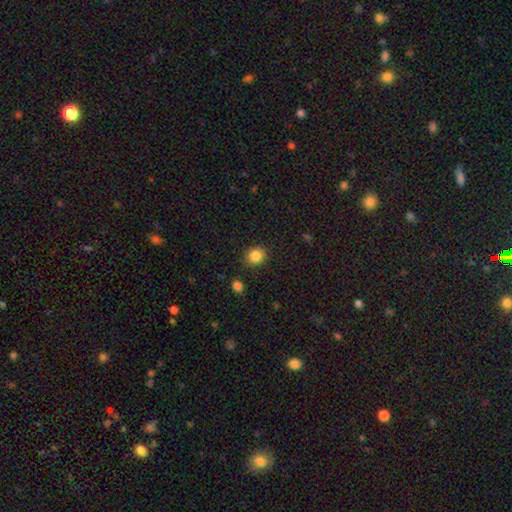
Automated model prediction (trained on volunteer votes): The model was most divided on "how rounded": round: 78%, in between: 22%, cigar-shaped: 1%. More confident: merging — none (86%); smooth or featured — smooth (85%).